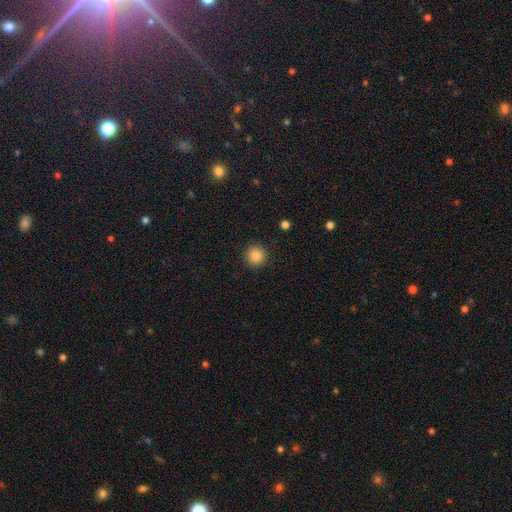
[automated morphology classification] smooth-or-featured: smooth: 85% | star or artifact: 10% | featured or disk: 4%
  how-rounded: round: 95% | in between: 4% | cigar-shaped: 1%
  merging: none: 92% | minor disturbance: 5% | major disturbance: 2% | merger: 1%